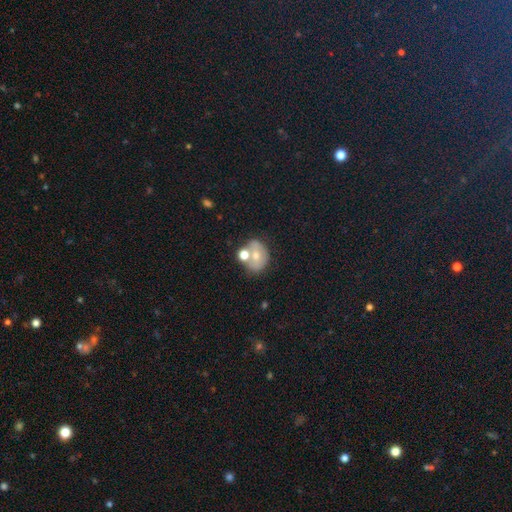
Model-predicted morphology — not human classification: Smooth or featured? Predicted: smooth (p=0.58). How rounded? Predicted: round (p=0.52). Merging? Predicted: none (p=0.42).